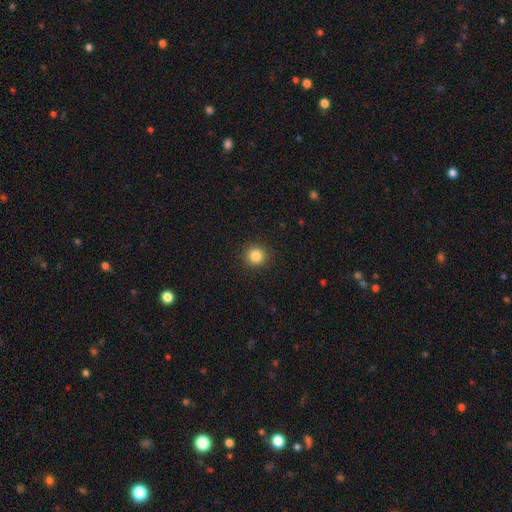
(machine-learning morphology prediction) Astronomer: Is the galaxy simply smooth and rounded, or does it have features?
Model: smooth — 84%.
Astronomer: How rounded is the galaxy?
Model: round — 92%.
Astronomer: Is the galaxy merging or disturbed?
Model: none — 92%.